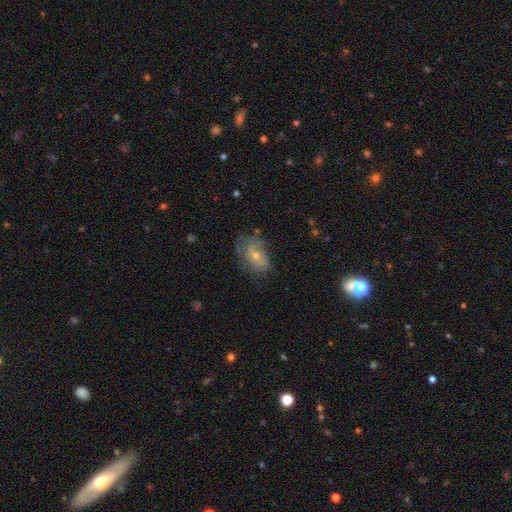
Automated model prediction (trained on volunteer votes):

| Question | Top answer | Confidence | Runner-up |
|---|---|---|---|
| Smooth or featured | featured or disk | 52% | smooth (34%) |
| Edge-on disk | no | 95% | yes (5%) |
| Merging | none | 56% | minor disturbance (27%) |